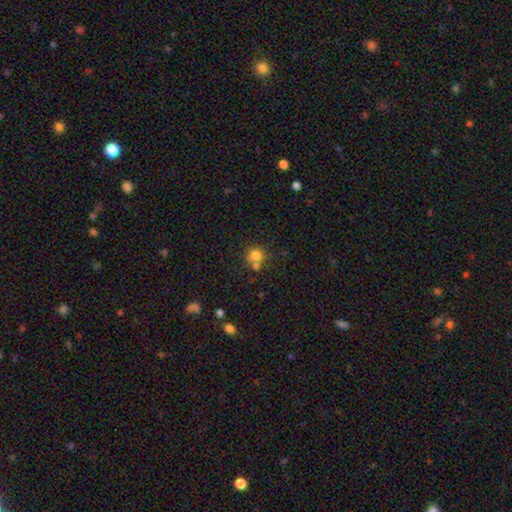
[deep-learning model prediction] smooth_or_featured: smooth (p=0.75) [alt: star or artifact p=0.13]
how_rounded: round (p=0.82) [alt: in between p=0.17]
merging: none (p=0.51) [alt: merger p=0.34]